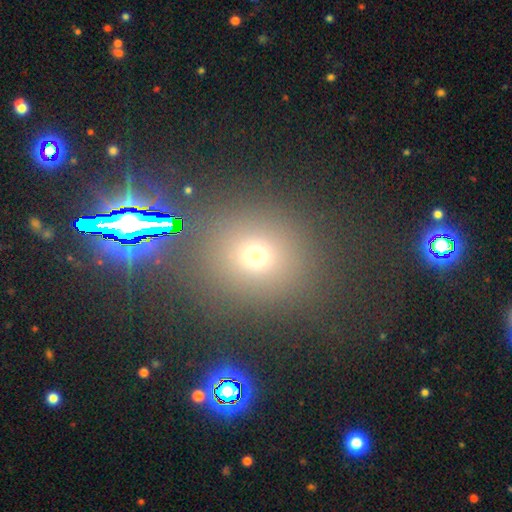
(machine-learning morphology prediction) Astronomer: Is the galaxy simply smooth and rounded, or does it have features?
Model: smooth — 57% (runner-up: star or artifact, 34%).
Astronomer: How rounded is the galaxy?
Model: round — 84%.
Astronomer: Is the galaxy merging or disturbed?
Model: none — 84%.